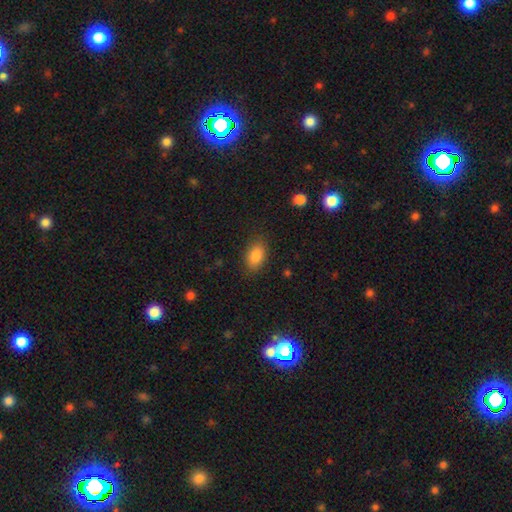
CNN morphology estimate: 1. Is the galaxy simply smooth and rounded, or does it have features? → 86% smooth, 8% star or artifact, 6% featured or disk.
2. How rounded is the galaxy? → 88% in between, 10% round, 2% cigar-shaped.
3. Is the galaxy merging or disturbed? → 85% none, 11% minor disturbance, 3% major disturbance, 1% merger.